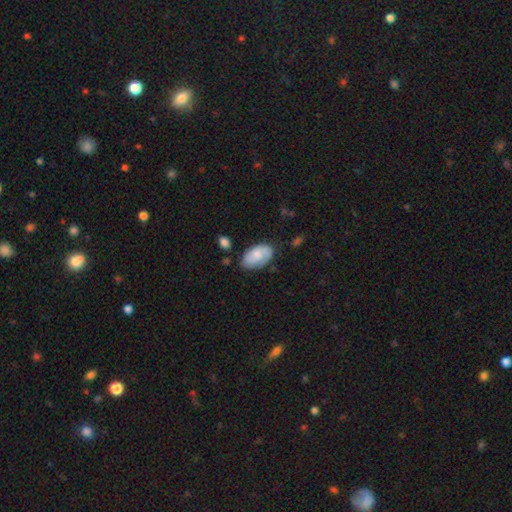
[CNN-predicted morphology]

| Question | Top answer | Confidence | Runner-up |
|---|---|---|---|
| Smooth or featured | smooth | 64% | featured or disk (30%) |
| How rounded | in between | 93% | round (5%) |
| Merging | none | 69% | minor disturbance (23%) |